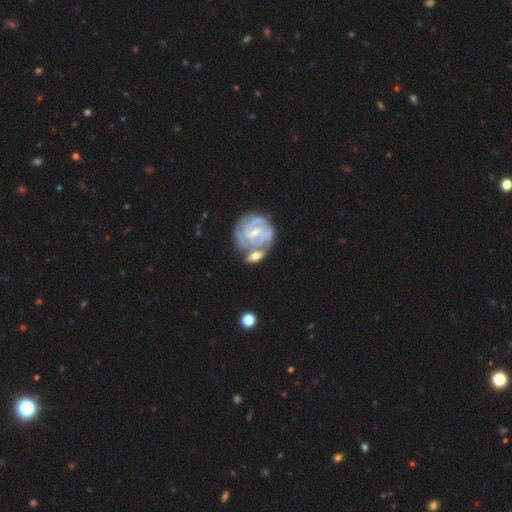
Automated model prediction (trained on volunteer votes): Smooth or featured?
  - featured or disk: 70% *
  - smooth: 24%
  - star or artifact: 7%
Edge-on disk?
  - no: 93% *
  - yes: 7%
Bar?
  - weak: 47% *
  - no: 30%
  - strong: 23%
Spiral arms?
  - yes: 81% *
  - no: 19%
Spiral winding?
  - tight: 64% *
  - medium: 27%
  - loose: 8%
Spiral arm count?
  - can't tell: 33% *
  - 2: 30%
  - 3: 21%
  - 4: 7%
  - 1: 5%
  - more than 4: 4%
Bulge size?
  - small: 43% *
  - moderate: 37%
  - none: 12%
  - large: 7%
  - dominant: 2%
Merging?
  - none: 44% *
  - merger: 33%
  - minor disturbance: 15%
  - major disturbance: 7%